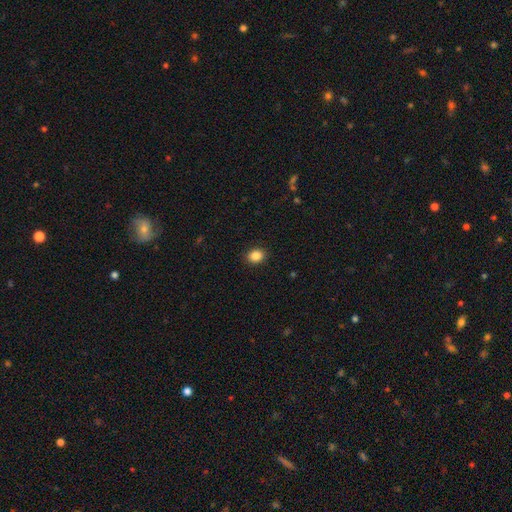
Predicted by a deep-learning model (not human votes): The model was most divided on "how rounded": round: 56%, in between: 43%, cigar-shaped: 1%. More confident: merging — none (91%); smooth or featured — smooth (86%).